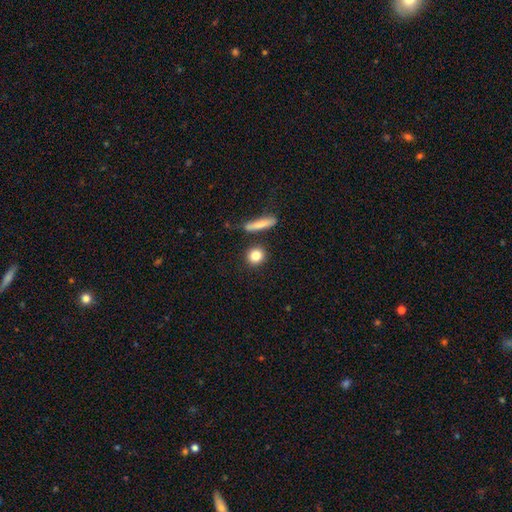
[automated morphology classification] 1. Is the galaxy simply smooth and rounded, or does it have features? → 84% smooth, 9% star or artifact, 8% featured or disk.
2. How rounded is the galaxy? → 82% round, 13% in between, 5% cigar-shaped.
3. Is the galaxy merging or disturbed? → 84% none, 8% minor disturbance, 5% merger, 3% major disturbance.